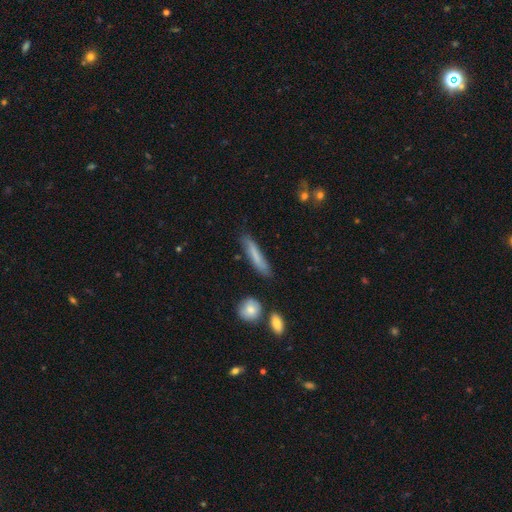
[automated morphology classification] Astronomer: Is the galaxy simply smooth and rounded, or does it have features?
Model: smooth — 69%.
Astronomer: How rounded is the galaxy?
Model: cigar-shaped — 87%.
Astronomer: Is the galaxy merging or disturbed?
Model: none — 75%.